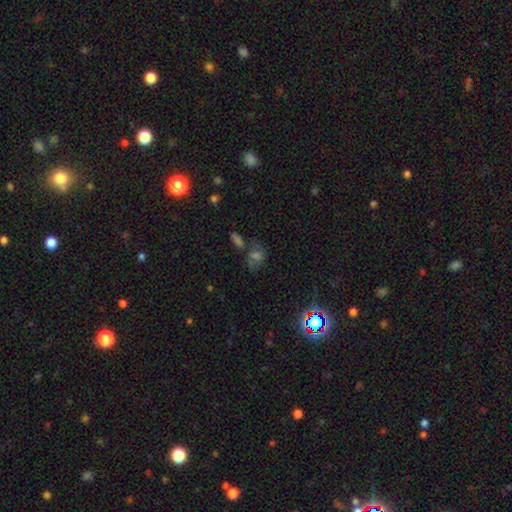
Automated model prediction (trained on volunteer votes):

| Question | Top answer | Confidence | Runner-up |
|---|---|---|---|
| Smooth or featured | star or artifact | 40% | smooth (38%) |